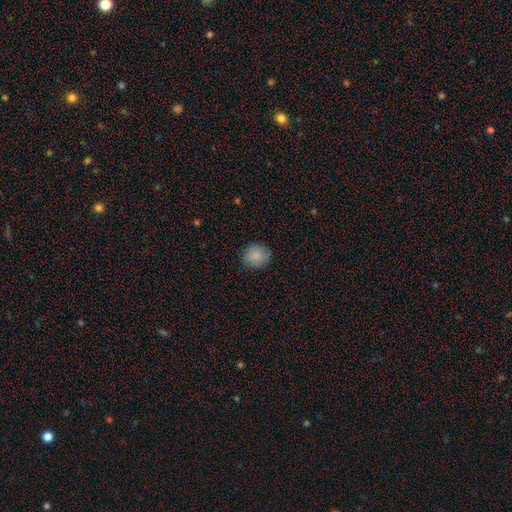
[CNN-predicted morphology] This appears to be a smooth galaxy with no disk features (87%) that is round (78%). Merging: none (85%).